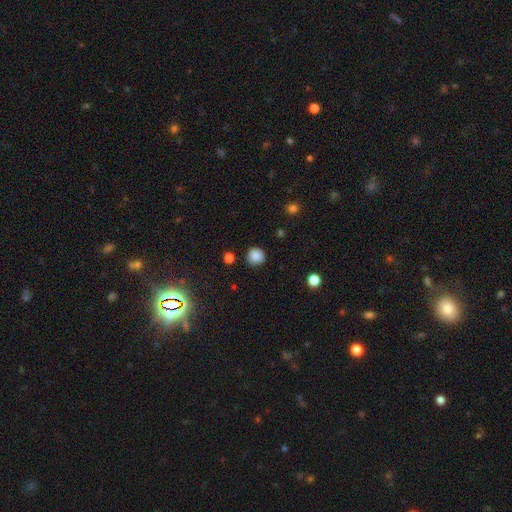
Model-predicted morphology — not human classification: smooth 85%, star or artifact 11%, featured or disk 4%. Down the decision tree: how rounded — round (93%); merging — none (86%).